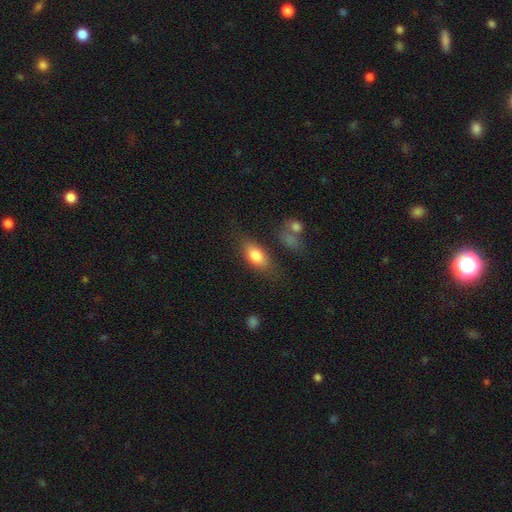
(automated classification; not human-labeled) Smooth or featured? Predicted: smooth (p=0.79). How rounded? Predicted: in between (p=0.85). Merging? Predicted: none (p=0.72).